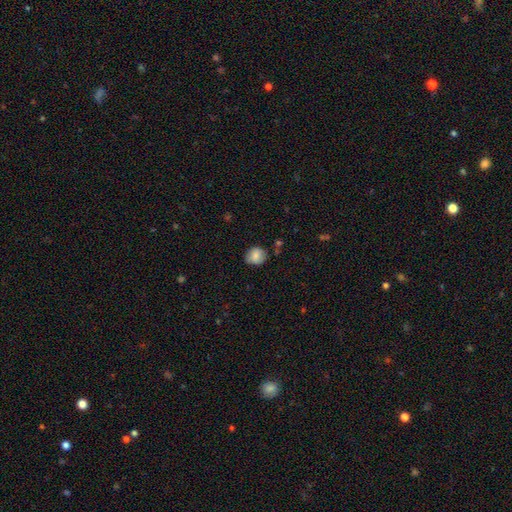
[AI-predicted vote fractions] smooth_or_featured: smooth (p=0.81) [alt: featured or disk p=0.11]
how_rounded: round (p=0.76) [alt: in between p=0.23]
merging: none (p=0.79) [alt: minor disturbance p=0.16]